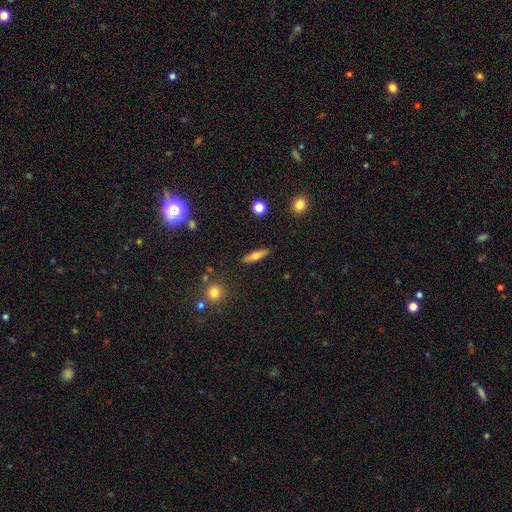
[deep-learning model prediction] Smooth or featured? Predicted: smooth (p=0.59). How rounded? Predicted: cigar-shaped (p=0.69). Merging? Predicted: none (p=0.87).